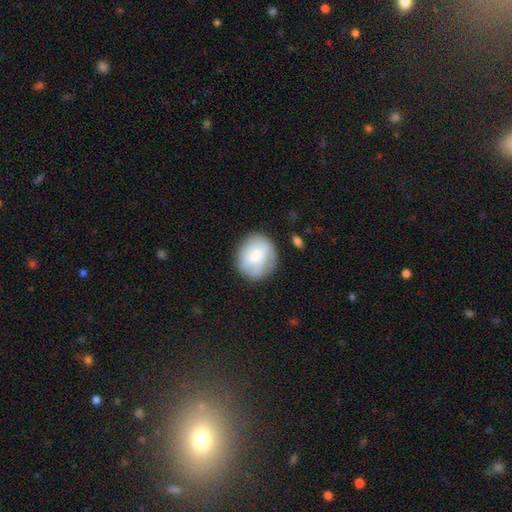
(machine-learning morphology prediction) Smooth or featured: smooth — 65% (featured or disk — 28%)
How rounded: round — 74% (in between — 25%)
Merging: none — 70% (minor disturbance — 20%)